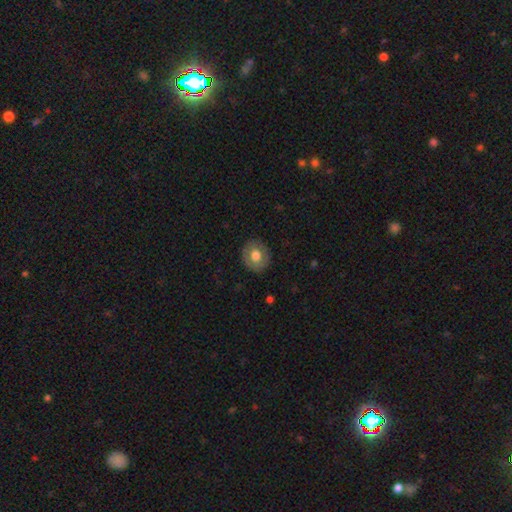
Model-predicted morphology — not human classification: Overall: smooth (66%; featured or disk 27%). How rounded: round (76%). Merging: none (86%).